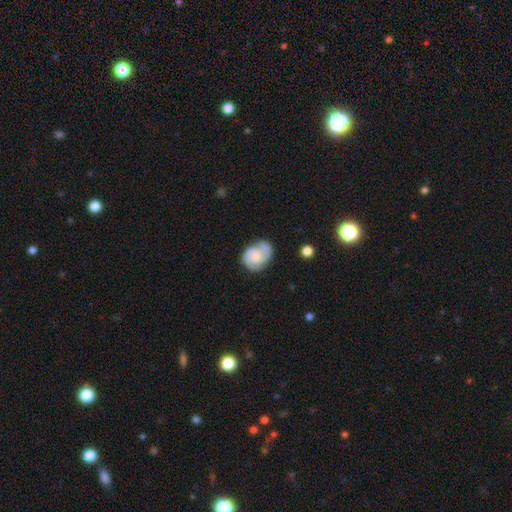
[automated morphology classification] Smooth or featured? featured or disk (75%)
Edge-on disk? no (98%)
Bar? no (66%)
Spiral arms? yes (95%)
Spiral winding? tight (46%)
Spiral arm count? 2 (77%)
Bulge size? small (42%)
Merging? none (61%)